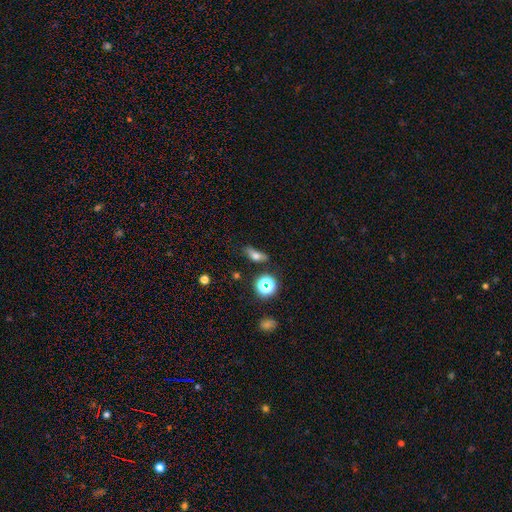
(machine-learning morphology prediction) smooth_or_featured: smooth (p=0.64) [alt: featured or disk p=0.19]
how_rounded: in between (p=0.60) [alt: cigar-shaped p=0.26]
merging: none (p=0.64) [alt: minor disturbance p=0.23]